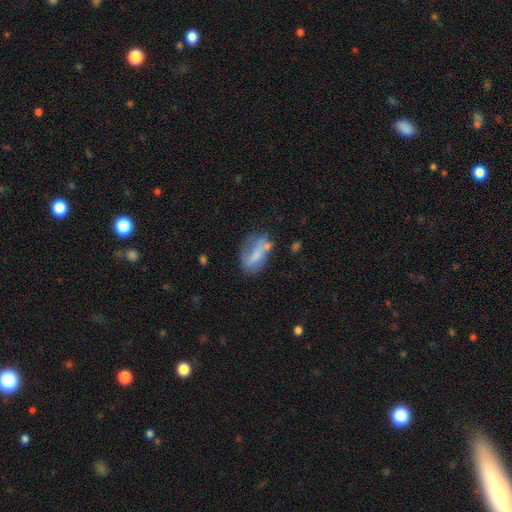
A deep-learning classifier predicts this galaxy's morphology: This appears to be a smooth galaxy with no disk features (60%) that is in between round and cigar-shaped (85%). Merging: none (35%).